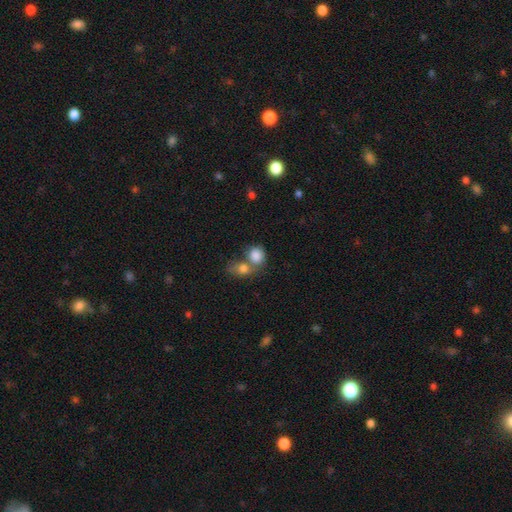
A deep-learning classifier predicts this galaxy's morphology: Smooth or featured: smooth — 83% (featured or disk — 9%)
How rounded: round — 63% (in between — 36%)
Merging: merger — 55% (none — 31%)